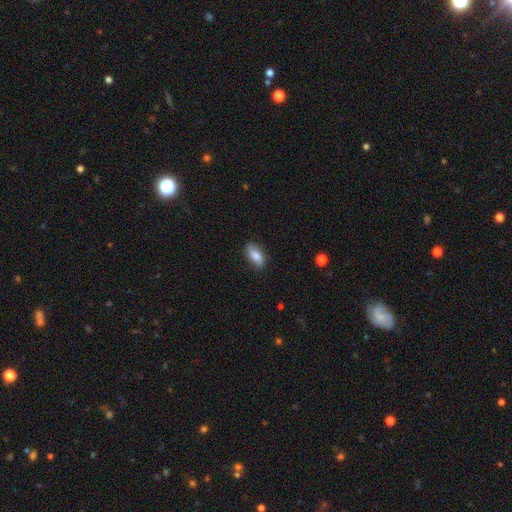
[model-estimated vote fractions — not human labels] Smooth or featured? smooth (67%)
How rounded? in between (84%)
Merging? none (81%)